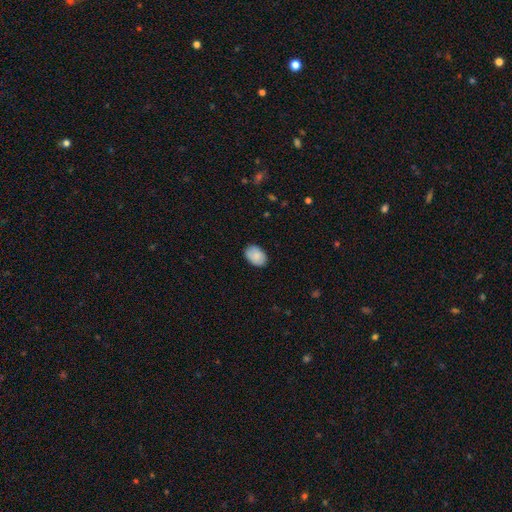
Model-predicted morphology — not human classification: Q: Smooth or featured?
A: smooth (86%); runner-up: featured or disk (7%)
Q: How rounded?
A: in between (84%); runner-up: round (15%)
Q: Merging?
A: none (86%); runner-up: minor disturbance (11%)